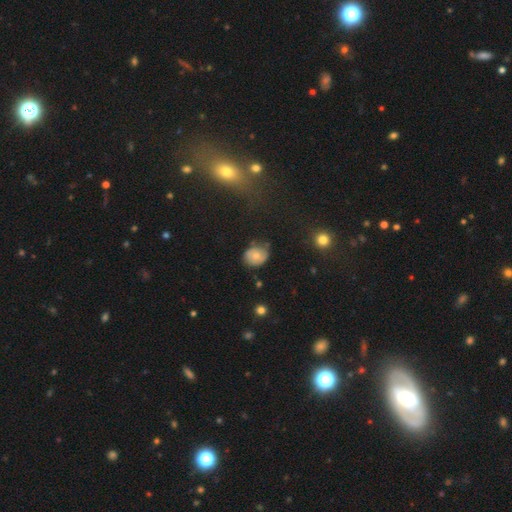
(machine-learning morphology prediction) Overall: smooth (50%; featured or disk 39%). Merging: none (62%; minor disturbance 28%).